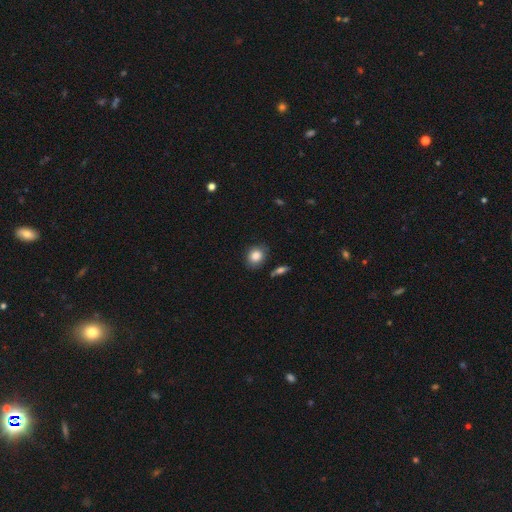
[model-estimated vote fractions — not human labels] A smooth galaxy with no disk features (85%) that is round (64%).

Vote fractions:
- Smooth or featured? smooth: 85% / star or artifact: 9% / featured or disk: 7%
- How rounded? round: 64% / in between: 35% / cigar-shaped: 1%
- Merging? none: 79% / minor disturbance: 15% / major disturbance: 3% / merger: 3%